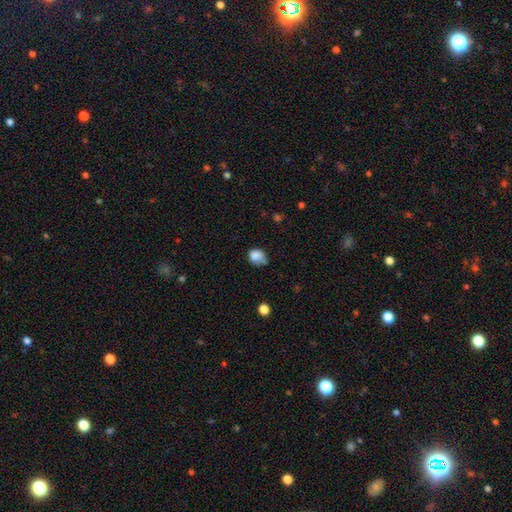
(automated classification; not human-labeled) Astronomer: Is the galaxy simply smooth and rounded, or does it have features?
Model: smooth — 80%.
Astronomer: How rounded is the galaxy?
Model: round — 58% (runner-up: in between, 41%).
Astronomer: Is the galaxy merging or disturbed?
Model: none — 43% (runner-up: minor disturbance, 33%).